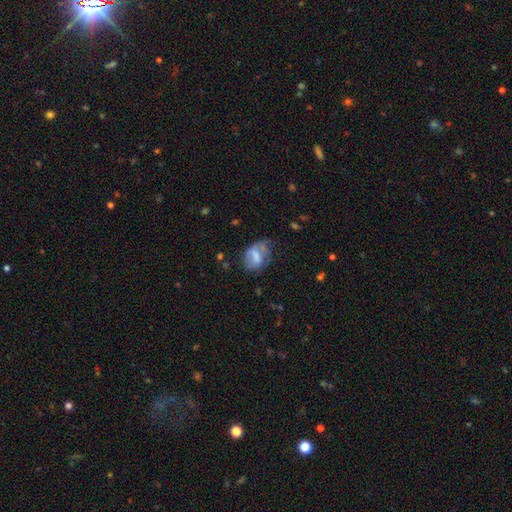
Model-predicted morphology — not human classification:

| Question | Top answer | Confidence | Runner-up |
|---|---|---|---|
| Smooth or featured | smooth | 57% | featured or disk (34%) |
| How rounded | in between | 71% | round (26%) |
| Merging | none | 36% | minor disturbance (34%) |